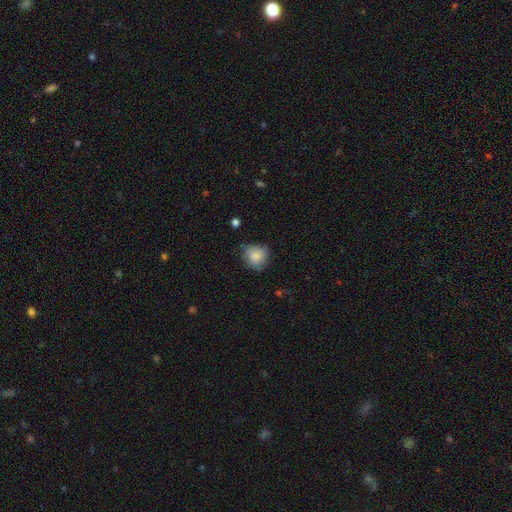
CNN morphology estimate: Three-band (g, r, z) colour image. It shows a smooth galaxy with no disk features (78%) that is round (76%). Merging: none (58%).